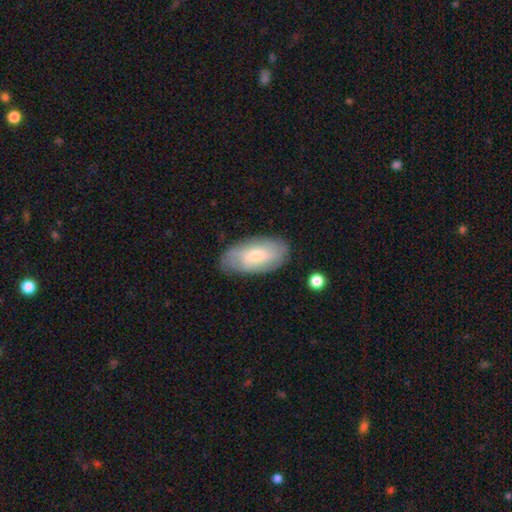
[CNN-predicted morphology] A featured or disk galaxy (50%). Merging: none (77%).